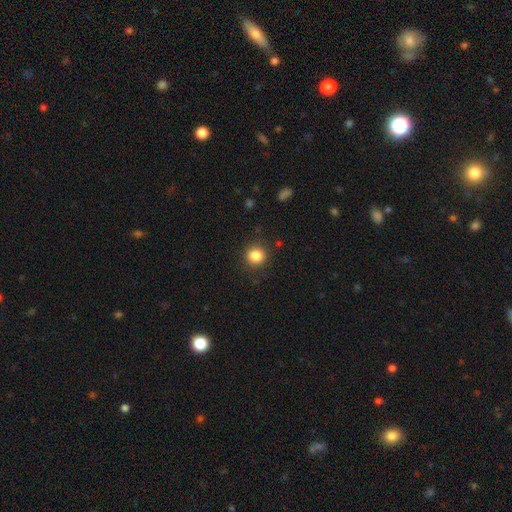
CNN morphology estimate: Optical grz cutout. It shows a smooth galaxy with no disk features (84%) that is round (90%). Merging: none (89%).